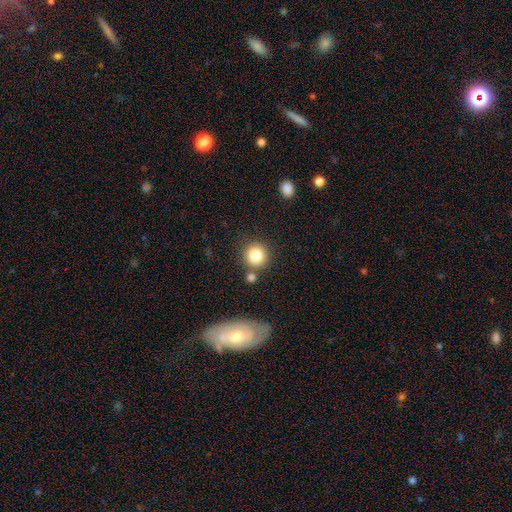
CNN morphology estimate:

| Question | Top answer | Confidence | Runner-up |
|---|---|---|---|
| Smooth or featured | smooth | 83% | star or artifact (10%) |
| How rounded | round | 91% | in between (8%) |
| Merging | none | 75% | merger (12%) |